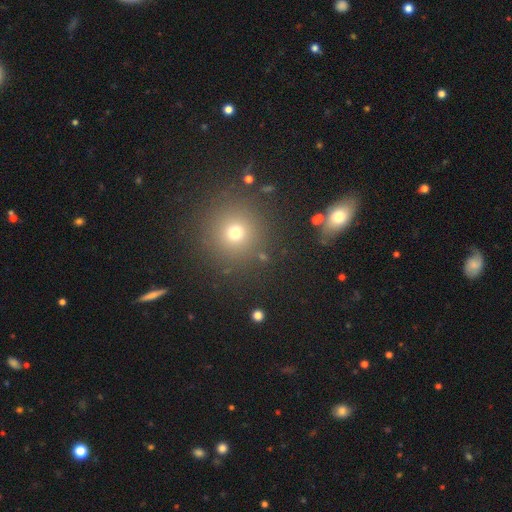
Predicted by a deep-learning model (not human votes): Overall: smooth (58%; star or artifact 32%). How rounded: round (92%). Merging: none (88%).